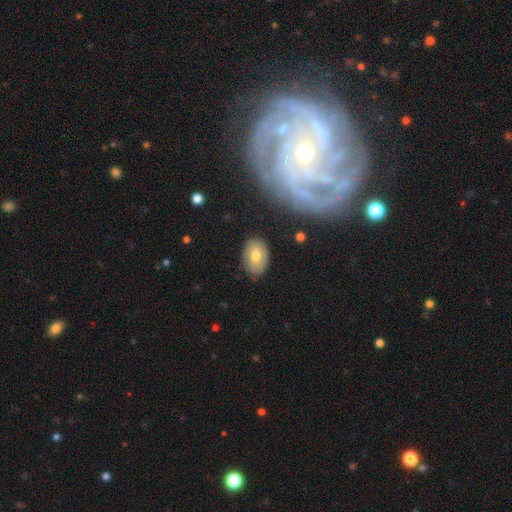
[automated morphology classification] This appears to be a smooth galaxy with no disk features (73%) that is in between round and cigar-shaped (87%). Merging: none (82%).